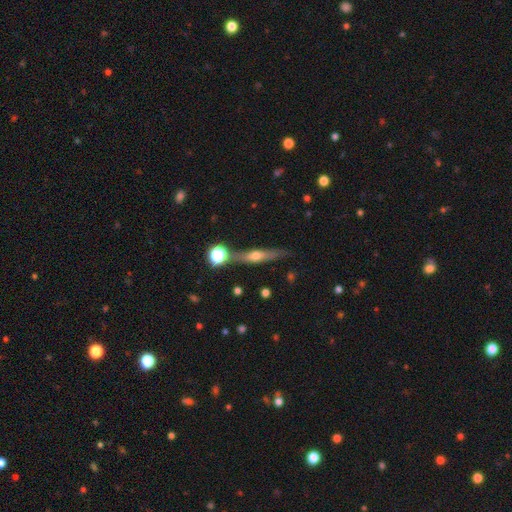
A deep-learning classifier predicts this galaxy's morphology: Smooth or featured? featured or disk (58%)
Edge-on disk? yes (92%)
Edge-on bulge? rounded (86%)
Merging? none (76%)